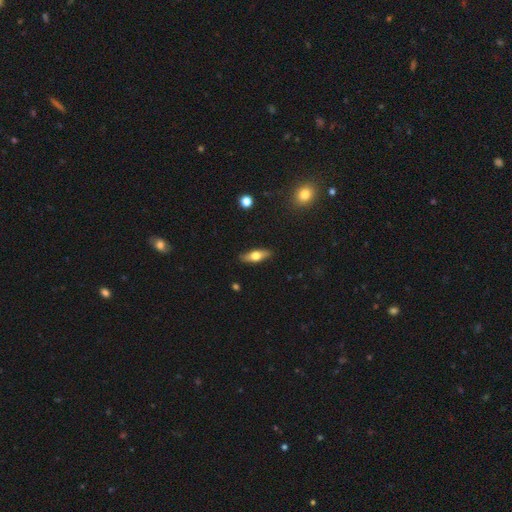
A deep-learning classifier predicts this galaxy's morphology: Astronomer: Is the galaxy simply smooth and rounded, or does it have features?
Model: smooth — 57% (runner-up: featured or disk, 37%).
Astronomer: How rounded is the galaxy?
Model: in between — 57% (runner-up: cigar-shaped, 39%).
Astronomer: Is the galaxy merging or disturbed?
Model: none — 88%.